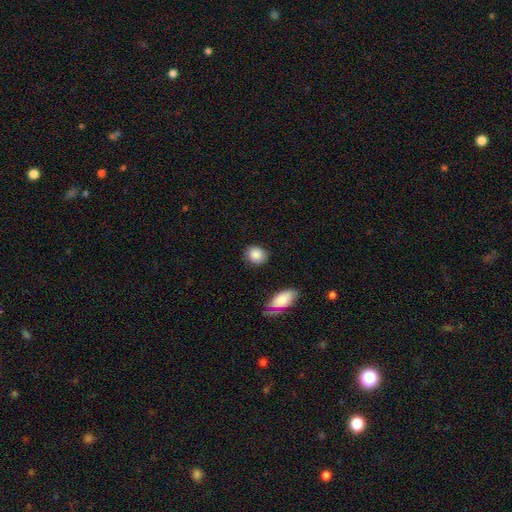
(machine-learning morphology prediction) A smooth galaxy with no disk features (87%) that is round (63%). Merging: none (82%).